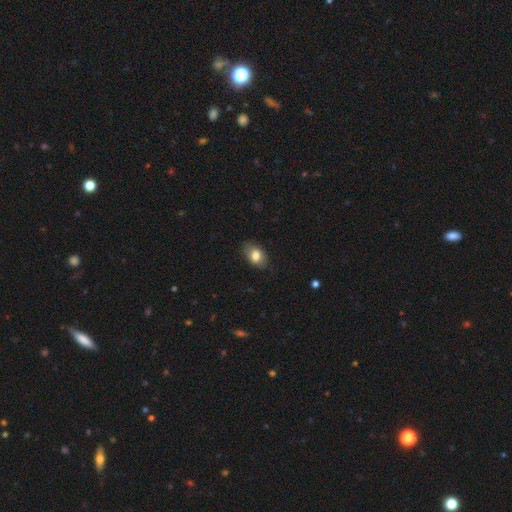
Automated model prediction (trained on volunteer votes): The model was most divided on "how rounded": in between: 82%, round: 17%, cigar-shaped: 1%. More confident: merging — none (82%); smooth or featured — smooth (81%).